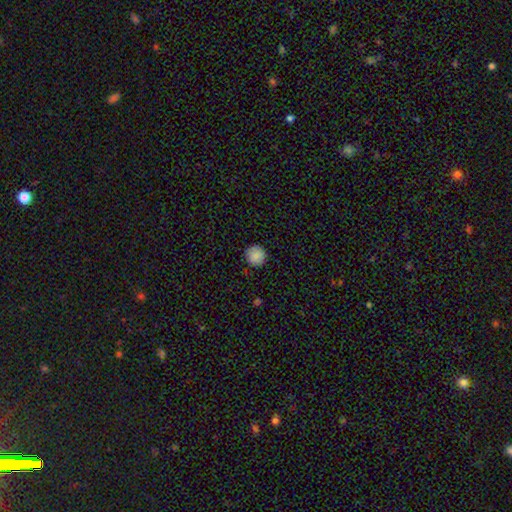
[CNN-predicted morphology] This is clearly a smooth galaxy (87%). How rounded: clearly round (95%). Merging: clearly none (89%).